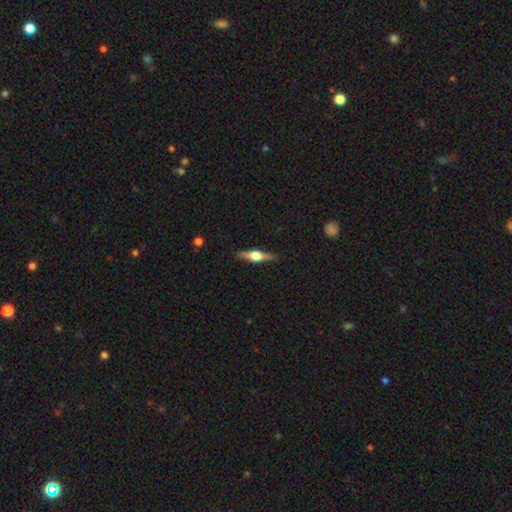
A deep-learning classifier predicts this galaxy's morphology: A featured or disk galaxy (72%) viewed edge-on (97%) with a rounded central bulge (94%).

Vote fractions:
- Smooth or featured? featured or disk: 72% / smooth: 22% / star or artifact: 6%
- Edge-on disk? yes: 97% / no: 3%
- Edge-on bulge? rounded: 94% / boxy: 5% / none: 1%
- Merging? none: 89% / minor disturbance: 8% / major disturbance: 2% / merger: 1%